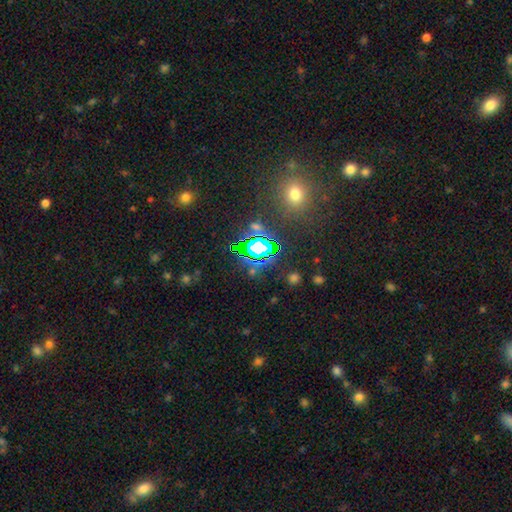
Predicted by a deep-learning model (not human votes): A star or artifact, not a galaxy (74%).